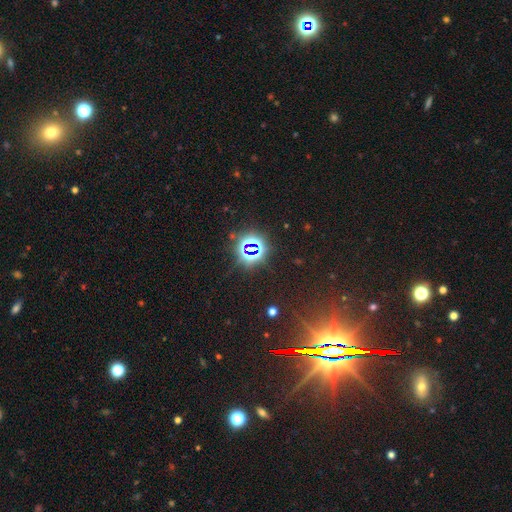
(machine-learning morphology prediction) This appears to be a star or artifact, not a galaxy (77%).